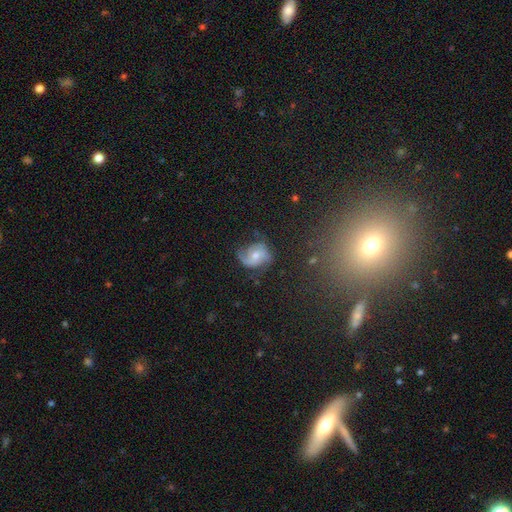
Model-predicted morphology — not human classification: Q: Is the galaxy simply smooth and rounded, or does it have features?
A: featured or disk — 73%.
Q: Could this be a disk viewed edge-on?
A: no — 97%.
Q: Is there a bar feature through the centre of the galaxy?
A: no — 62%.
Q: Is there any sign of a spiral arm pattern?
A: yes — 93%.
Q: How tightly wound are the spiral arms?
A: medium — 44%.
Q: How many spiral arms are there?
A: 2 — 54%.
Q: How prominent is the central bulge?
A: moderate — 53%.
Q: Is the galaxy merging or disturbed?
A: none — 57%.